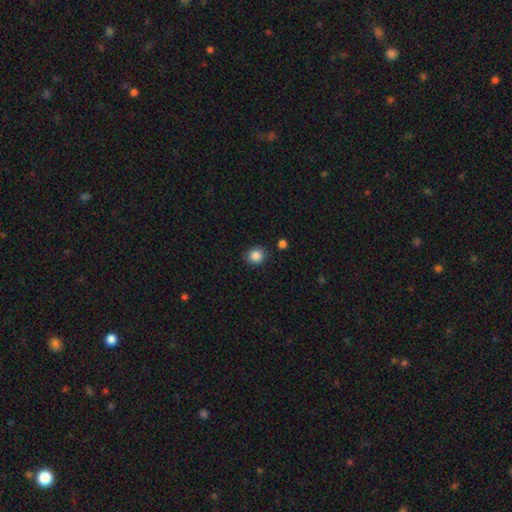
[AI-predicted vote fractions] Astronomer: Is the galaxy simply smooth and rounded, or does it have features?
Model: smooth — 87%.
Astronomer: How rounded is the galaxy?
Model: round — 84%.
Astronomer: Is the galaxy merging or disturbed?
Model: none — 86%.